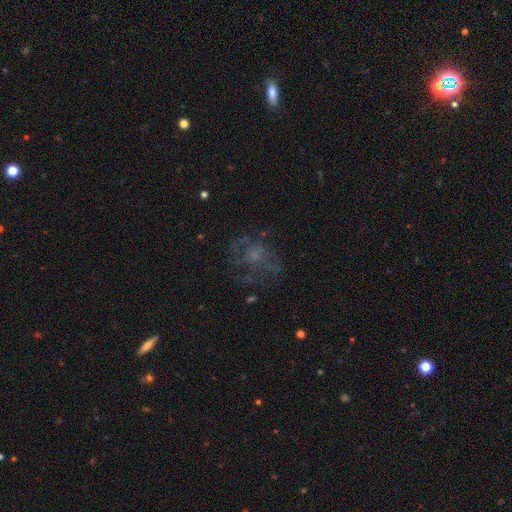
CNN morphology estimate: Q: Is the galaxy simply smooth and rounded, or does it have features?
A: featured or disk — 52%.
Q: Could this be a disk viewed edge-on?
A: no — 97%.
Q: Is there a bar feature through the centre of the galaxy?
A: no — 85%.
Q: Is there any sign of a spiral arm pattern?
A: no — 65%.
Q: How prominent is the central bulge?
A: small — 42%.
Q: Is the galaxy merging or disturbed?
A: none — 56%.